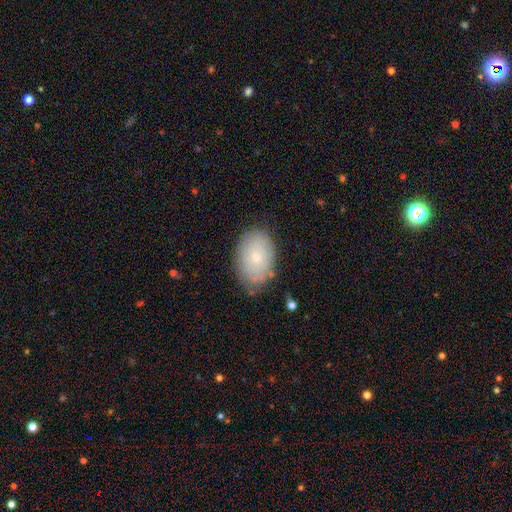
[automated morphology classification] Smooth or featured? smooth (66%)
How rounded? in between (86%)
Merging? none (79%)